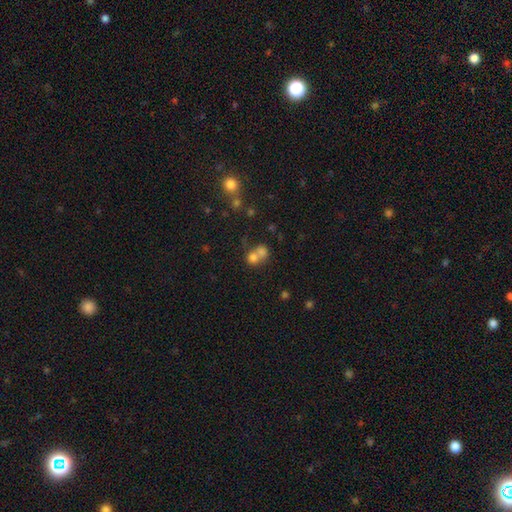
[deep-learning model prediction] Smooth or featured: smooth — 71% (featured or disk — 15%)
How rounded: round — 73% (in between — 26%)
Merging: merger — 63% (none — 28%)